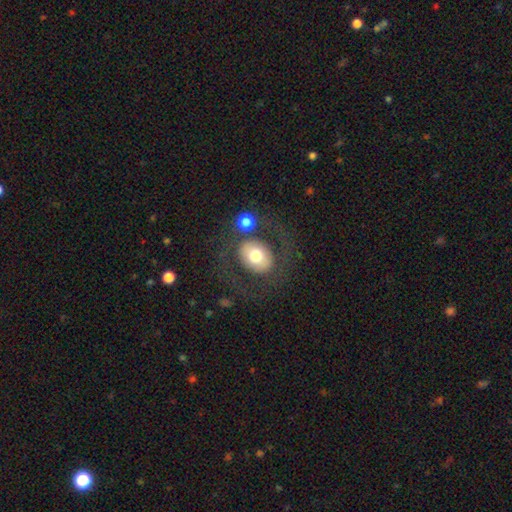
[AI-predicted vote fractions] Smooth or featured? smooth (59%)
How rounded? round (50%)
Merging? none (67%)